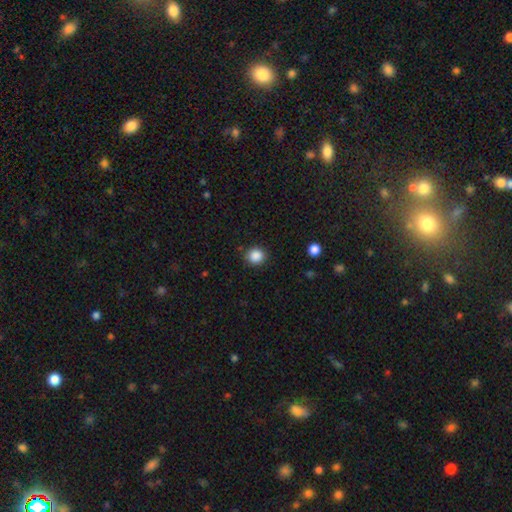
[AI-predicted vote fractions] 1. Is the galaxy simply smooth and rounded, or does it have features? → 87% smooth, 10% star or artifact, 3% featured or disk.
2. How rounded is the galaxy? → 87% round, 12% in between, 1% cigar-shaped.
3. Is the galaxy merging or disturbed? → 88% none, 8% minor disturbance, 2% major disturbance, 1% merger.